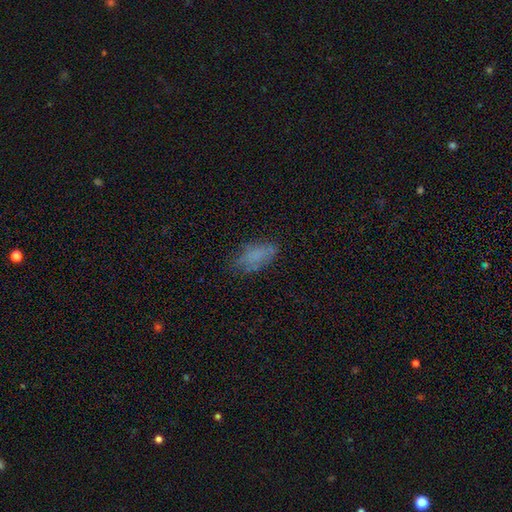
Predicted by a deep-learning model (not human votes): smooth-or-featured: smooth: 69% | featured or disk: 19% | star or artifact: 12%
  how-rounded: in between: 86% | cigar-shaped: 10% | round: 4%
  merging: none: 62% | minor disturbance: 24% | major disturbance: 11% | merger: 2%